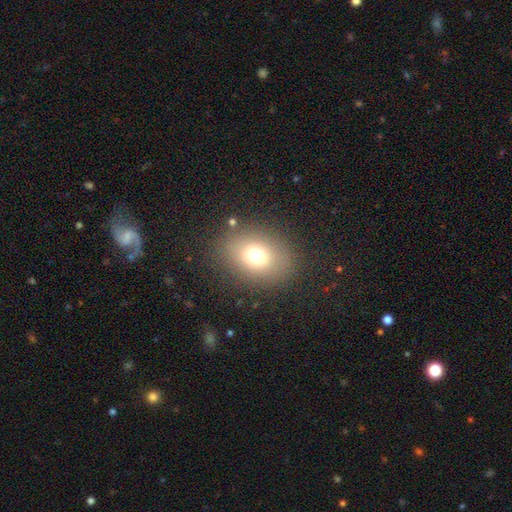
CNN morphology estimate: Q: Smooth or featured?
A: smooth (72%); runner-up: star or artifact (15%)
Q: How rounded?
A: in between (57%); runner-up: round (42%)
Q: Merging?
A: none (83%); runner-up: minor disturbance (10%)